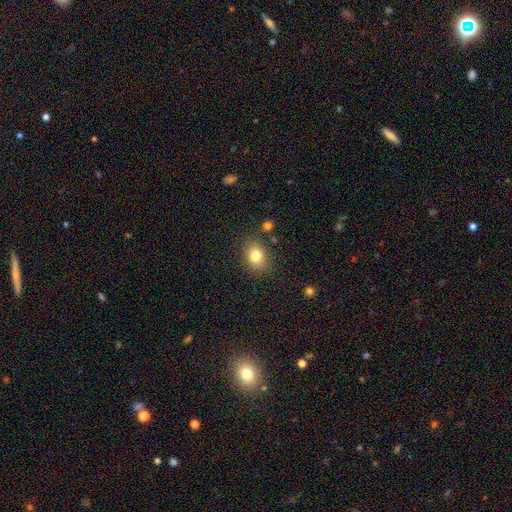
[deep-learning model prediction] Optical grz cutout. It shows a smooth galaxy with no disk features (81%) that is in between round and cigar-shaped (58%). Merging: none (81%).